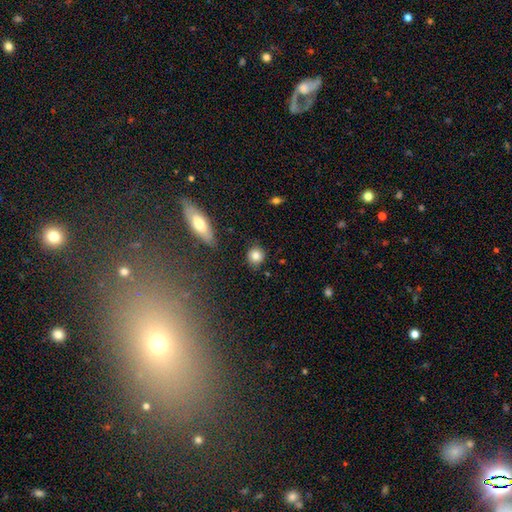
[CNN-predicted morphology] This is clearly a smooth galaxy (83%). How rounded: clearly round (87%). Merging: clearly none (85%).